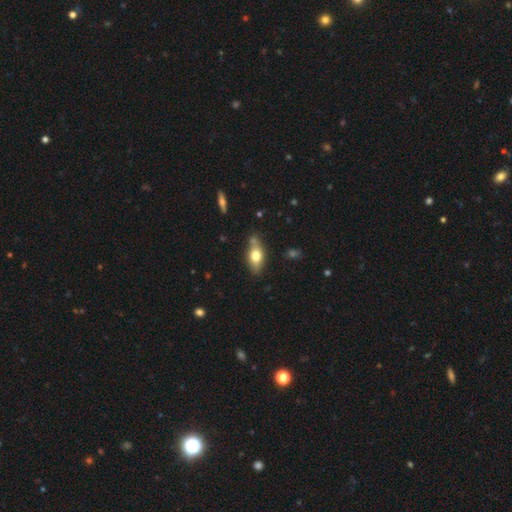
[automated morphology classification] The model was most divided on "smooth or featured": smooth: 64%, featured or disk: 29%, star or artifact: 7%. More confident: how rounded — in between (78%); merging — none (69%).